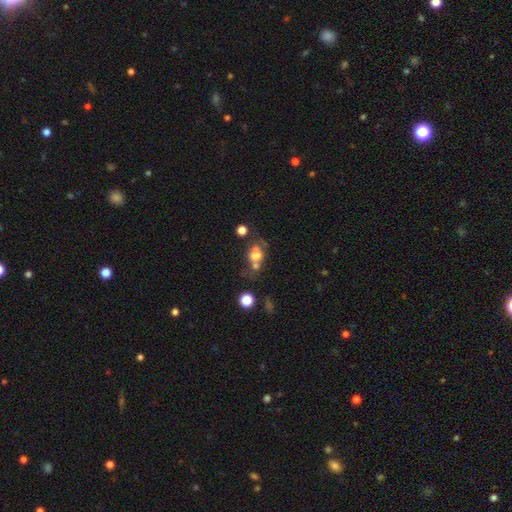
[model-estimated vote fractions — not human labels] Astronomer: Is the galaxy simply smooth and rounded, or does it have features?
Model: smooth — 59%.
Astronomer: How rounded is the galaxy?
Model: in between — 52% (runner-up: round, 47%).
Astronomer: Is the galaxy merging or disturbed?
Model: merger — 43% (runner-up: none, 28%).